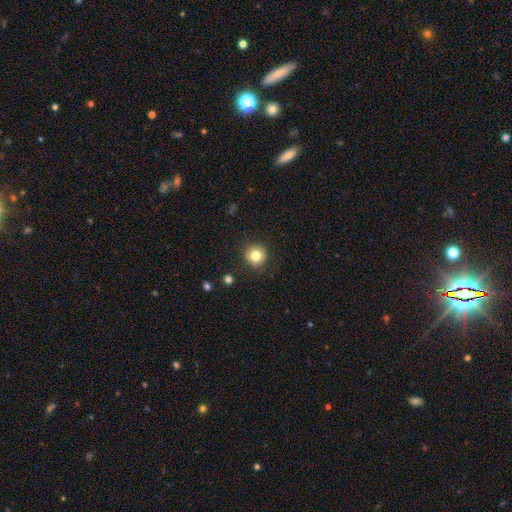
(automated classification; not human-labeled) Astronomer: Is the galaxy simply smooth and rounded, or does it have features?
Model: smooth — 82%.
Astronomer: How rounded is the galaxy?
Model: round — 94%.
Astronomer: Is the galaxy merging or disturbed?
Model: none — 90%.